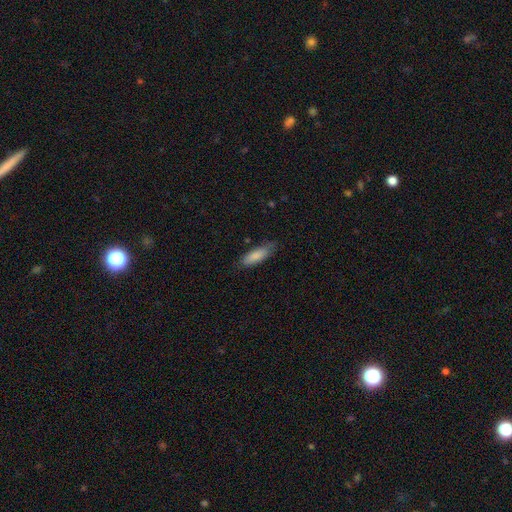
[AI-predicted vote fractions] smooth-or-featured: smooth: 85% | featured or disk: 9% | star or artifact: 6%
  how-rounded: in between: 55% | cigar-shaped: 44% | round: 2%
  merging: none: 73% | minor disturbance: 22% | major disturbance: 4% | merger: 1%